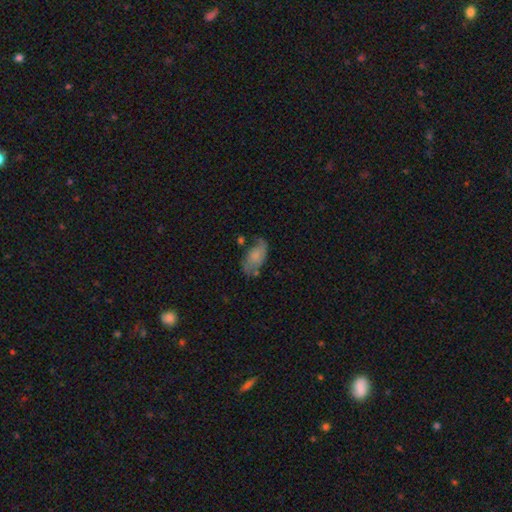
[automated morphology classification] Smooth or featured? smooth (58%)
How rounded? in between (92%)
Merging? none (49%)